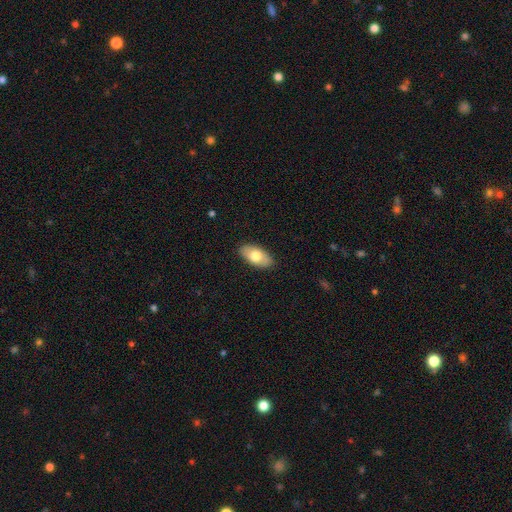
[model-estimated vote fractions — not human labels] This appears to be a smooth galaxy with no disk features (71%) that is in between round and cigar-shaped (93%). Merging: none (88%).